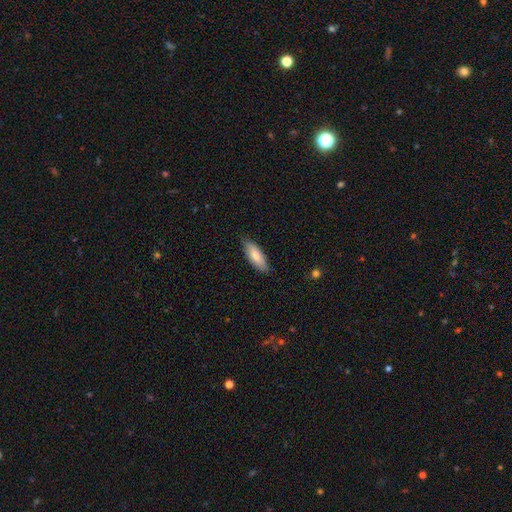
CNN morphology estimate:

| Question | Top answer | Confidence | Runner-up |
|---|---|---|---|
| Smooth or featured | smooth | 78% | featured or disk (16%) |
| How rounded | in between | 66% | cigar-shaped (32%) |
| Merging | none | 81% | minor disturbance (15%) |